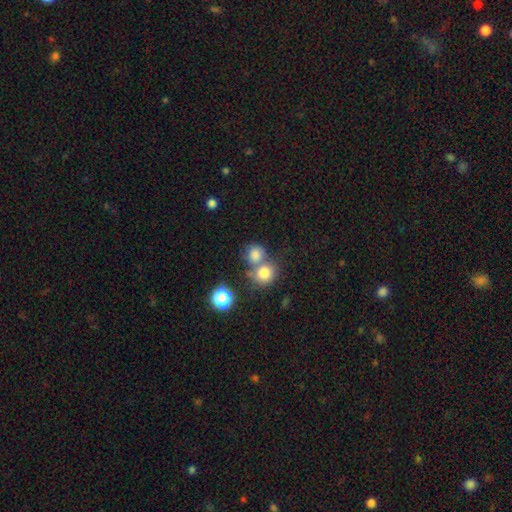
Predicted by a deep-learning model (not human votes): Morphology: type=smooth (77%); roundness=round (82%); merging=none (48%).